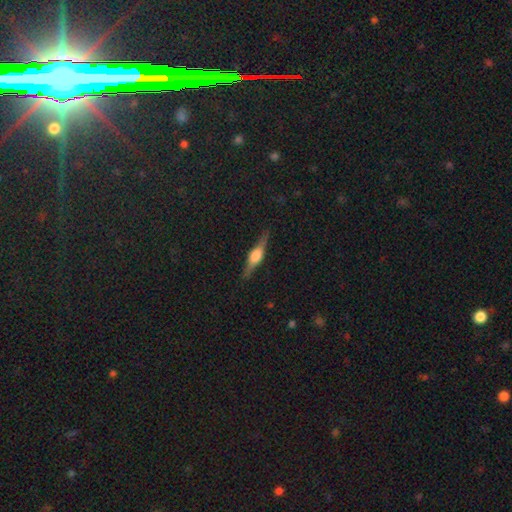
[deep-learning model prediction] Smooth or featured: featured or disk — 72% (smooth — 21%)
Edge-on disk: yes — 97% (no — 3%)
Edge-on bulge: rounded — 87% (boxy — 11%)
Merging: none — 88% (minor disturbance — 9%)